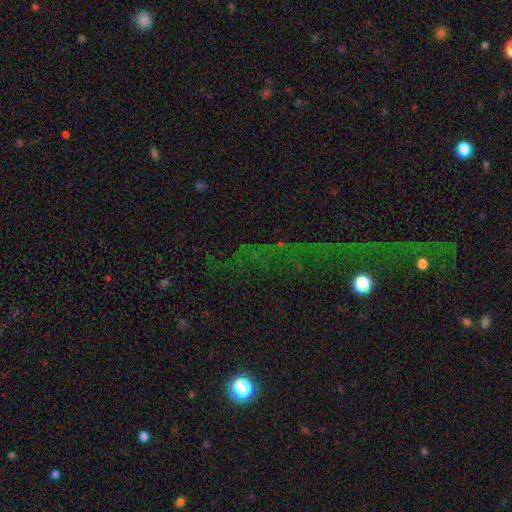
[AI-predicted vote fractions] smooth_or_featured: star or artifact (p=0.73) [alt: smooth p=0.14]